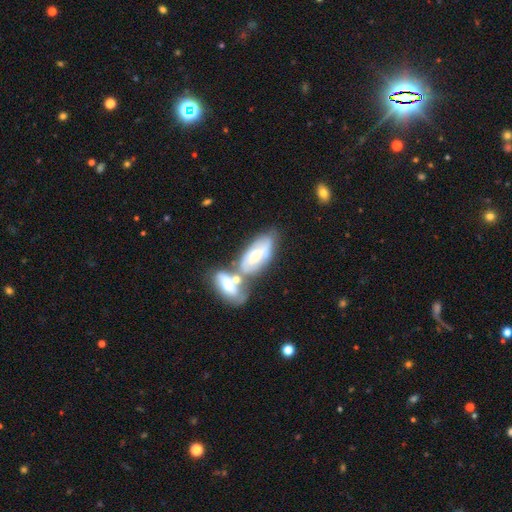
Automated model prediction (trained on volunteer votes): Smooth or featured? Predicted: featured or disk (p=0.56). Edge-on disk? Predicted: no (p=0.87). Merging? Predicted: merger (p=0.46).